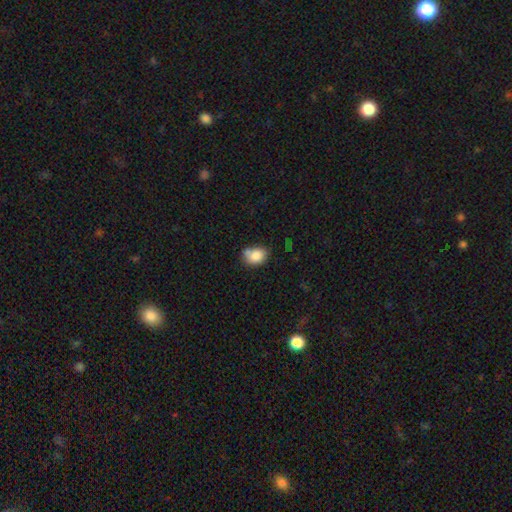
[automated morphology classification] Smooth or featured? Predicted: smooth (p=0.83). How rounded? Predicted: in between (p=0.64). Merging? Predicted: none (p=0.55).